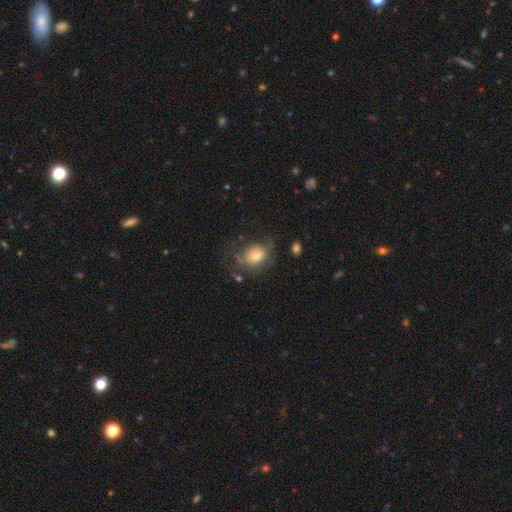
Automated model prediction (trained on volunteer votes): smooth_or_featured: smooth (p=0.59) [alt: featured or disk p=0.30]
how_rounded: in between (p=0.53) [alt: round p=0.46]
merging: none (p=0.44) [alt: major disturbance p=0.28]